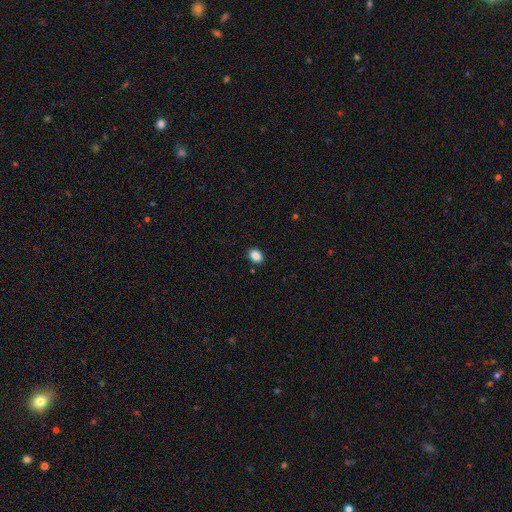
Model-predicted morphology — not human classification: The model was most divided on "how rounded": in between: 73%, round: 25%, cigar-shaped: 1%. More confident: merging — none (90%); smooth or featured — smooth (87%).